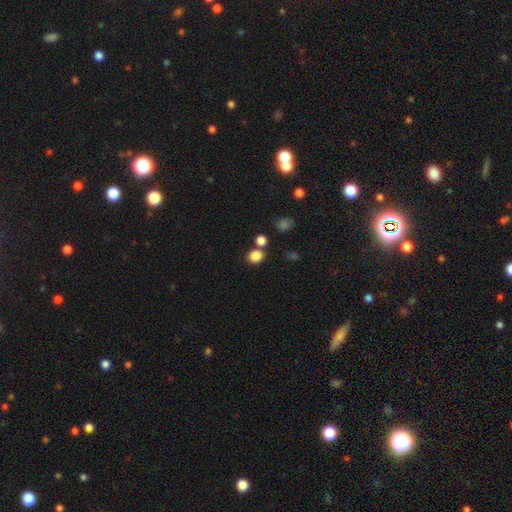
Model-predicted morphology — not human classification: Smooth or featured: smooth — 84% (star or artifact — 11%)
How rounded: round — 72% (in between — 27%)
Merging: none — 69% (merger — 19%)